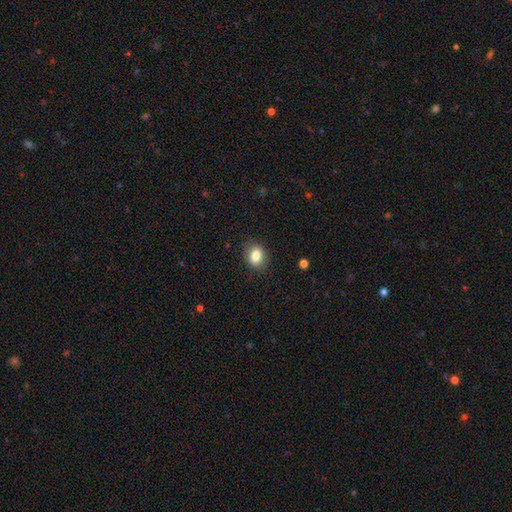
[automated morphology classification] Smooth or featured? Predicted: smooth (p=0.82). How rounded? Predicted: in between (p=0.56). Merging? Predicted: none (p=0.86).